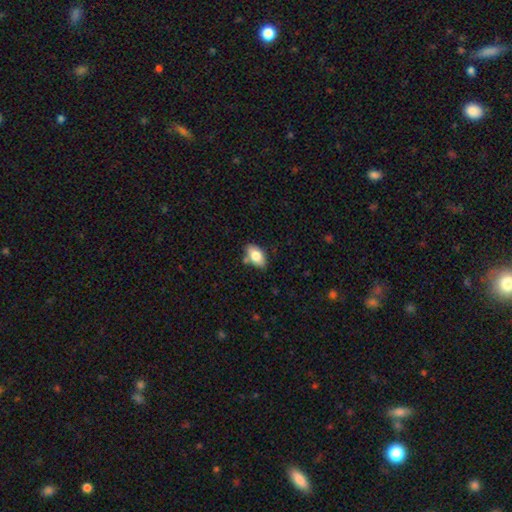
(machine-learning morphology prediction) smooth 80%, featured or disk 13%, star or artifact 7%. Down the decision tree: how rounded — in between (92%); merging — none (73%).